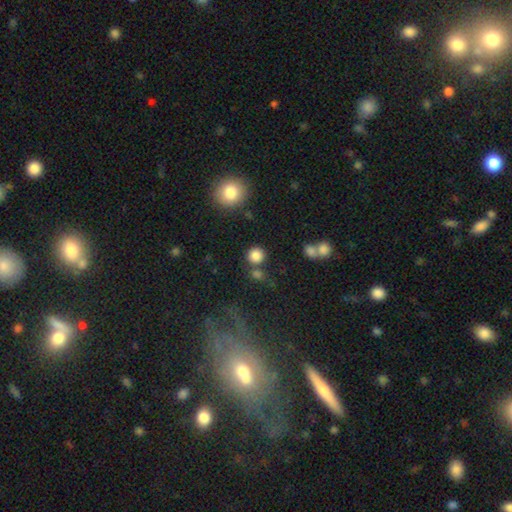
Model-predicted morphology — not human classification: Smooth or featured? Predicted: smooth (p=0.84). How rounded? Predicted: round (p=0.90). Merging? Predicted: none (p=0.74).